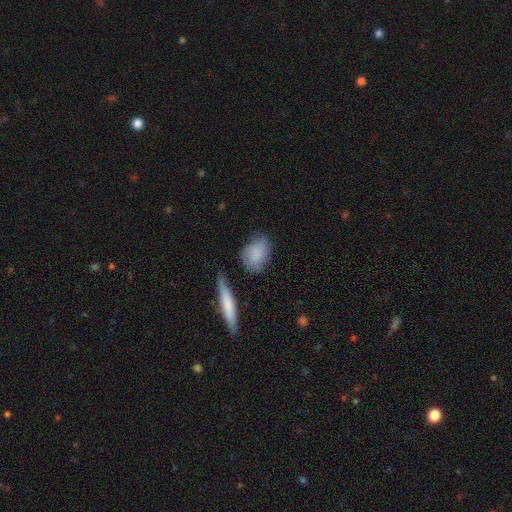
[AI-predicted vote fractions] Smooth or featured? Predicted: smooth (p=0.84). How rounded? Predicted: in between (p=0.70). Merging? Predicted: none (p=0.64).